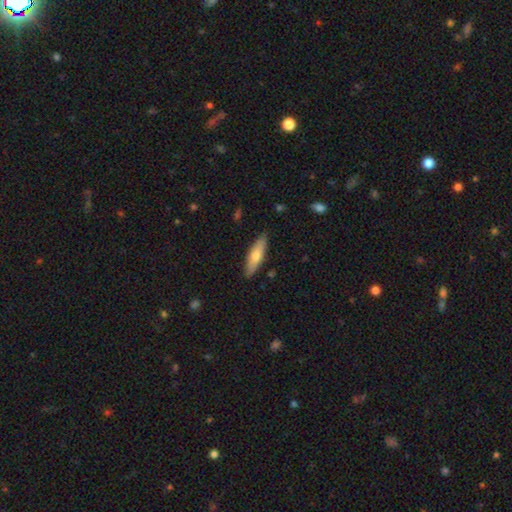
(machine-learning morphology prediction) type=smooth (63%); roundness=cigar-shaped (62%); merging=none (87%).